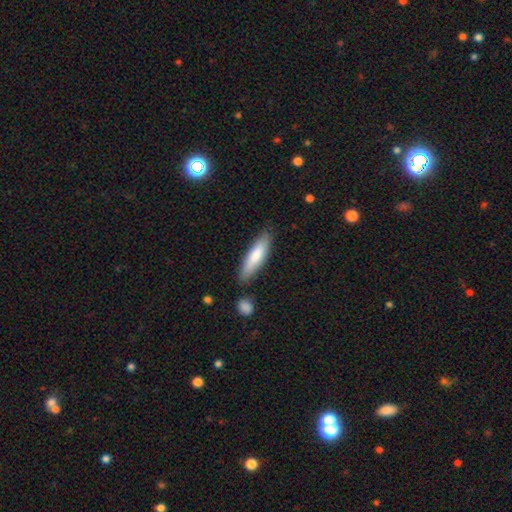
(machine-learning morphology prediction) This appears to be a smooth galaxy with no disk features (78%) that is cigar-shaped (69%). Merging: none (81%).